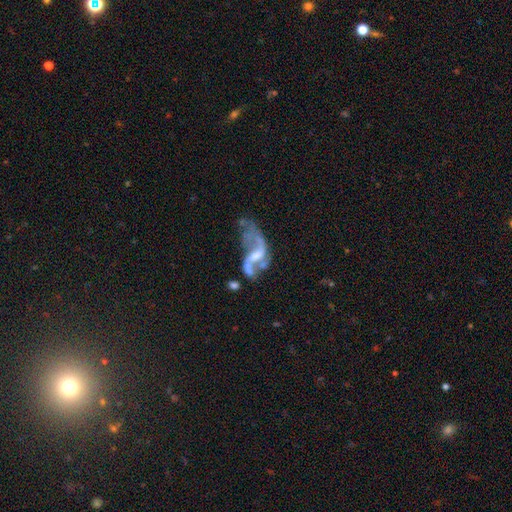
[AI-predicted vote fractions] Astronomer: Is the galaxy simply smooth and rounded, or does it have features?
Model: featured or disk — 82%.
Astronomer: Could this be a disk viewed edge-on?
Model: no — 96%.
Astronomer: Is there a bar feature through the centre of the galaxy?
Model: weak — 46% (runner-up: no, 36%).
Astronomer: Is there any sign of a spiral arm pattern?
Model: yes — 84%.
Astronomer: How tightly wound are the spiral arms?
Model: loose — 82%.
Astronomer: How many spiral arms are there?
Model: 2 — 82%.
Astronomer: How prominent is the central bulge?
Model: small — 38% (runner-up: moderate, 32%).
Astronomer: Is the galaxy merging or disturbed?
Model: none — 32% (runner-up: major disturbance, 30%).